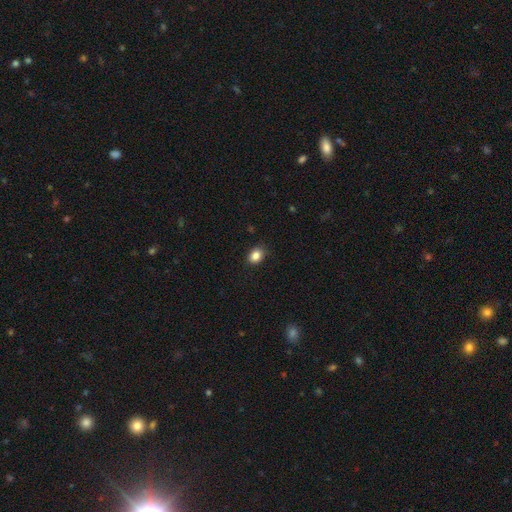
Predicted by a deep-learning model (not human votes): This is clearly a smooth galaxy (85%). How rounded: possibly in between (56%). Merging: clearly none (86%).